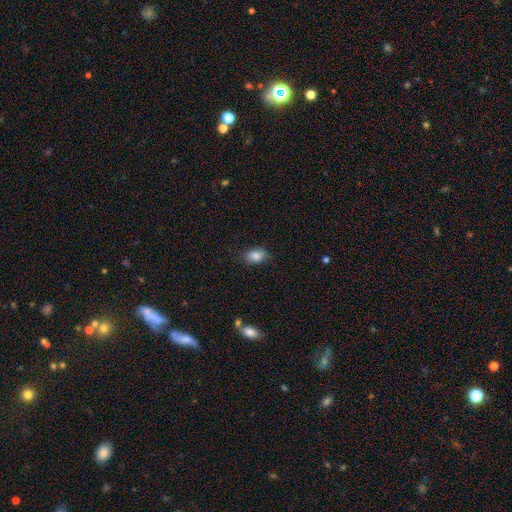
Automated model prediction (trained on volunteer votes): Smooth or featured: smooth — 84% (star or artifact — 8%)
How rounded: in between — 82% (round — 17%)
Merging: none — 80% (minor disturbance — 16%)